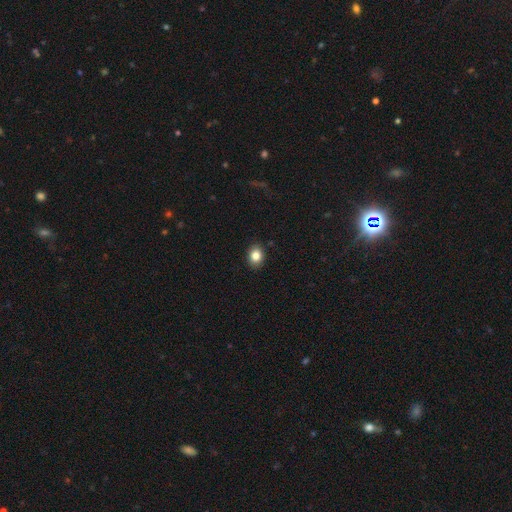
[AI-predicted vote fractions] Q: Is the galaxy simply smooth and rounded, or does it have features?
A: smooth — 83%.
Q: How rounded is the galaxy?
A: in between — 56%.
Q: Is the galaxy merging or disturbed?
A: none — 90%.